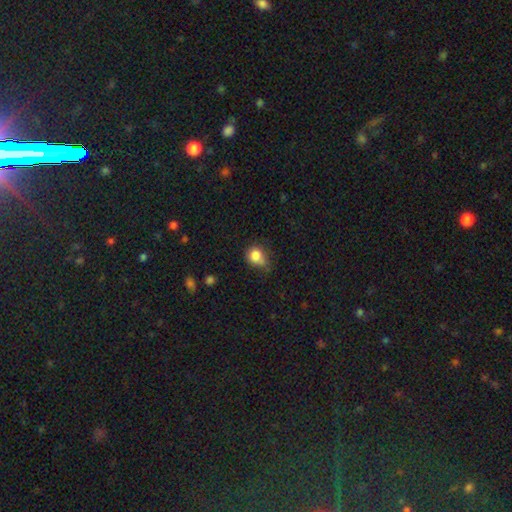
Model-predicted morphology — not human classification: smooth-or-featured: smooth: 82% | star or artifact: 11% | featured or disk: 7%
  how-rounded: round: 66% | in between: 33% | cigar-shaped: 1%
  merging: none: 46% | minor disturbance: 38% | major disturbance: 11% | merger: 5%